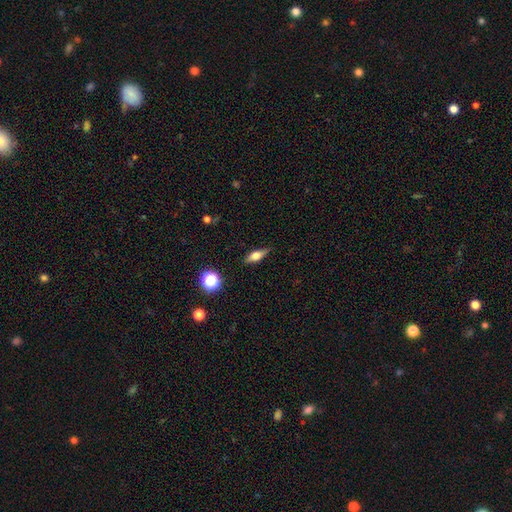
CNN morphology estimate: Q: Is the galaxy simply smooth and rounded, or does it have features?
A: smooth — 50%.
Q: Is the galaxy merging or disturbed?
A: none — 85%.